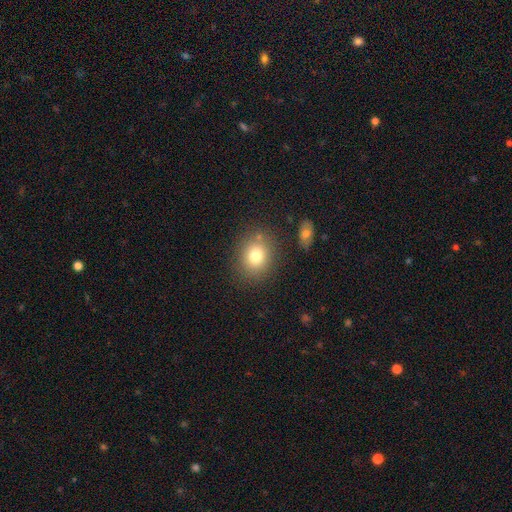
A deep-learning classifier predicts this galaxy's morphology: smooth_or_featured: smooth (p=0.77) [alt: star or artifact p=0.12]
how_rounded: round (p=0.65) [alt: in between p=0.34]
merging: none (p=0.80) [alt: minor disturbance p=0.11]